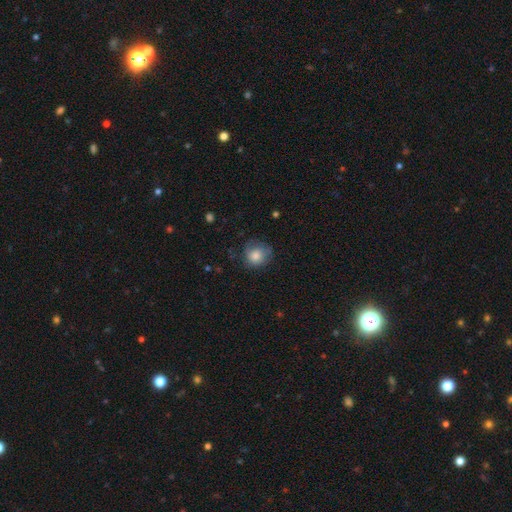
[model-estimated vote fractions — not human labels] smooth 80%, featured or disk 12%, star or artifact 8%. Down the decision tree: how rounded — round (86%); merging — none (68%).